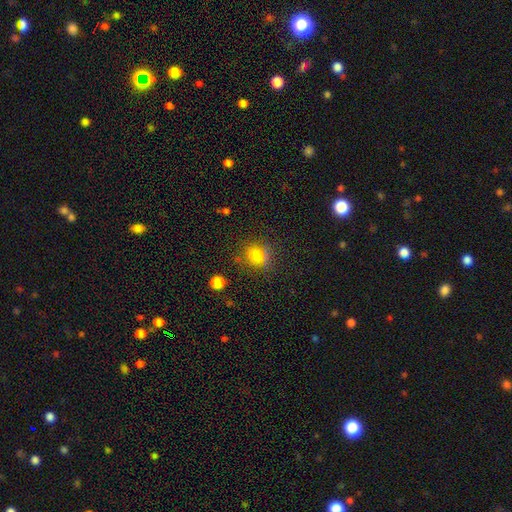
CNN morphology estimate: smooth 74%, star or artifact 18%, featured or disk 9%. Down the decision tree: how rounded — round (80%); merging — none (73%).